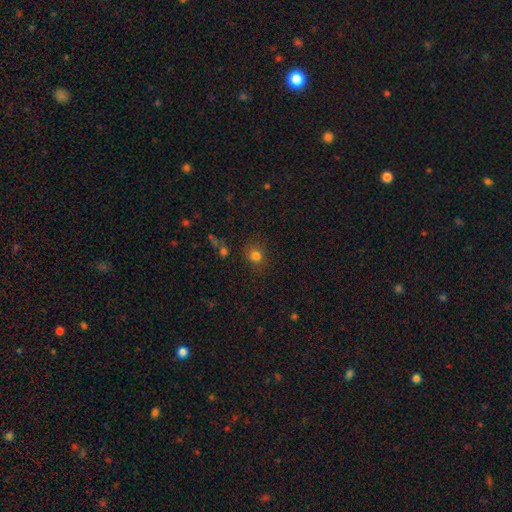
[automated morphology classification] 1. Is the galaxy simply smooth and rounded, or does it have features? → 77% smooth, 16% star or artifact, 6% featured or disk.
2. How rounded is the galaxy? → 82% round, 17% in between, 1% cigar-shaped.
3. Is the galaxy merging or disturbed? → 80% none, 12% minor disturbance, 4% major disturbance, 3% merger.